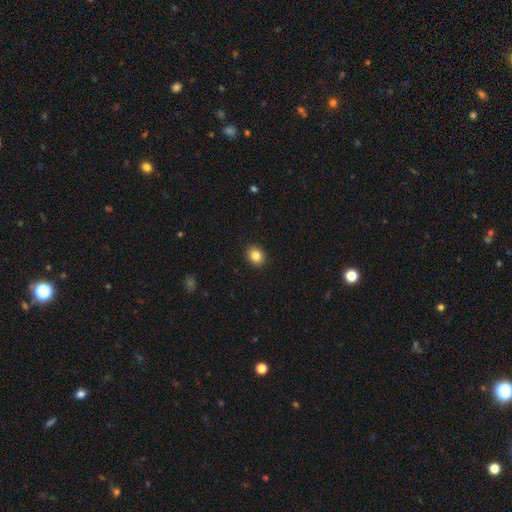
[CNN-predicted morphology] Smooth or featured? Predicted: smooth (p=0.85). How rounded? Predicted: round (p=0.63). Merging? Predicted: none (p=0.91).